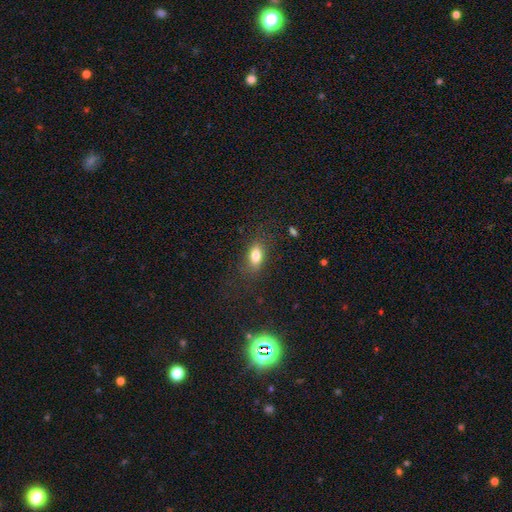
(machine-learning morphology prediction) type=smooth (78%); roundness=in between (83%); merging=none (79%).